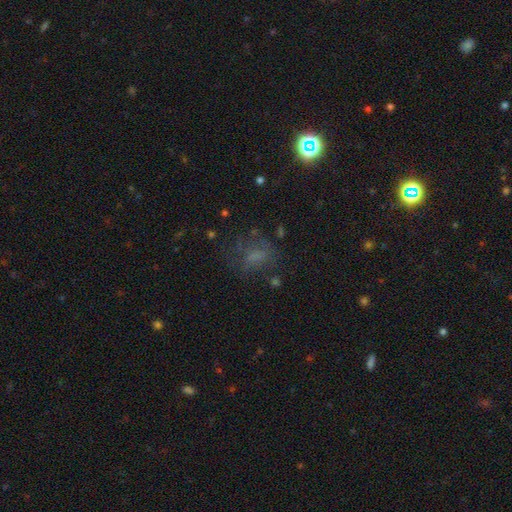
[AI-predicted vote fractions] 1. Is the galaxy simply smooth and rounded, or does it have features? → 47% smooth, 28% star or artifact, 25% featured or disk.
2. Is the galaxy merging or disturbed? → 54% none, 23% major disturbance, 20% minor disturbance, 3% merger.